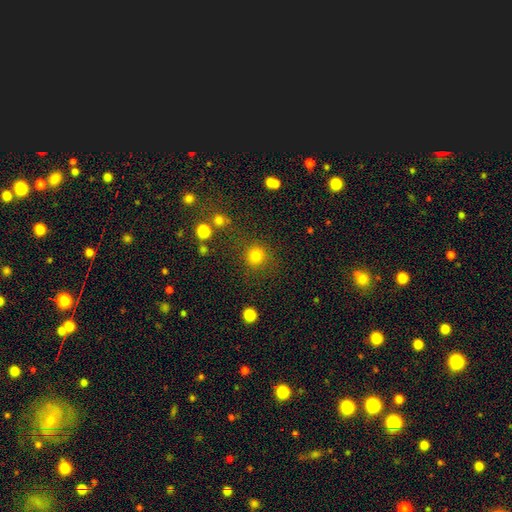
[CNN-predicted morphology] smooth-or-featured: smooth: 81% | star or artifact: 15% | featured or disk: 5%
  how-rounded: round: 92% | in between: 7% | cigar-shaped: 1%
  merging: none: 83% | minor disturbance: 8% | major disturbance: 4% | merger: 4%